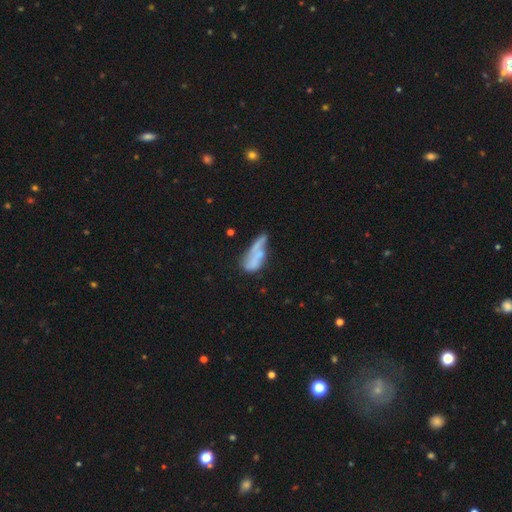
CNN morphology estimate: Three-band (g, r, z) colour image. It shows a smooth galaxy with no disk features (50%) that is in between round and cigar-shaped (60%). Merging: major disturbance (27%).